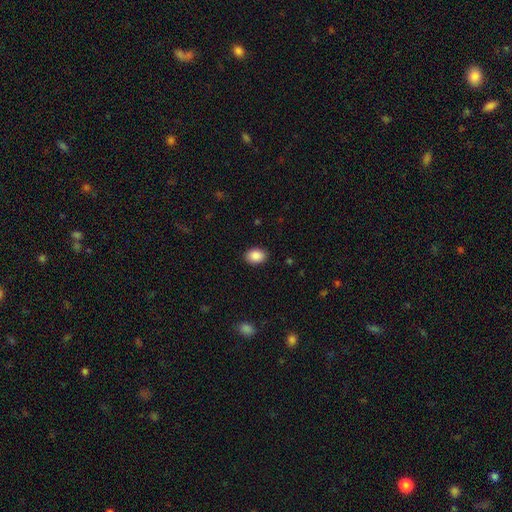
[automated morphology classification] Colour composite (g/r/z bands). It shows a smooth galaxy with no disk features (90%) that is in between round and cigar-shaped (78%). Merging: none (89%).